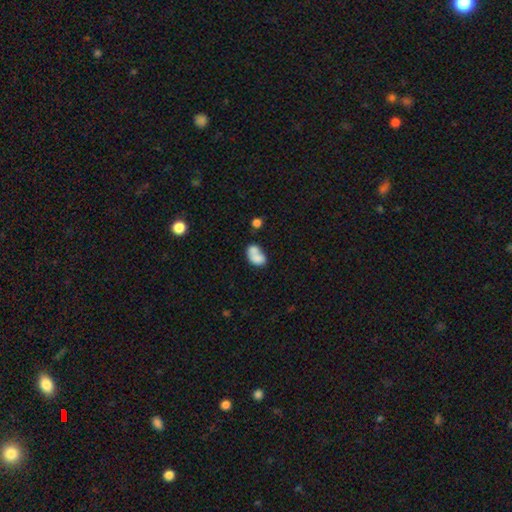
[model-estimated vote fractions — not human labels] A smooth galaxy with no disk features (73%) that is in between round and cigar-shaped (77%).

Vote fractions:
- Smooth or featured? smooth: 73% / featured or disk: 18% / star or artifact: 9%
- How rounded? in between: 77% / round: 21% / cigar-shaped: 1%
- Merging? merger: 61% / none: 22% / minor disturbance: 11% / major disturbance: 7%